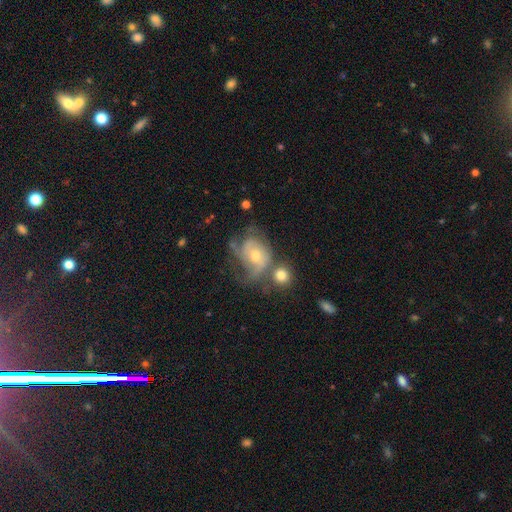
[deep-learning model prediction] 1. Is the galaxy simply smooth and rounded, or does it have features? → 73% featured or disk, 18% smooth, 9% star or artifact.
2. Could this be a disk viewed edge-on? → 97% no, 3% yes.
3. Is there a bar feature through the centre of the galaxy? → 72% no, 24% weak, 5% strong.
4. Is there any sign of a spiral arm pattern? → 86% yes, 14% no.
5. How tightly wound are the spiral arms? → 46% tight, 38% medium, 16% loose.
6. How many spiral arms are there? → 37% can't tell, 25% 3, 22% 2, 7% 1, 6% 4, 4% more than 4.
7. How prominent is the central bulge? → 58% moderate, 37% small, 3% large, 1% none, 1% dominant.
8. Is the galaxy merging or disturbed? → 37% none, 22% merger, 21% major disturbance, 20% minor disturbance.